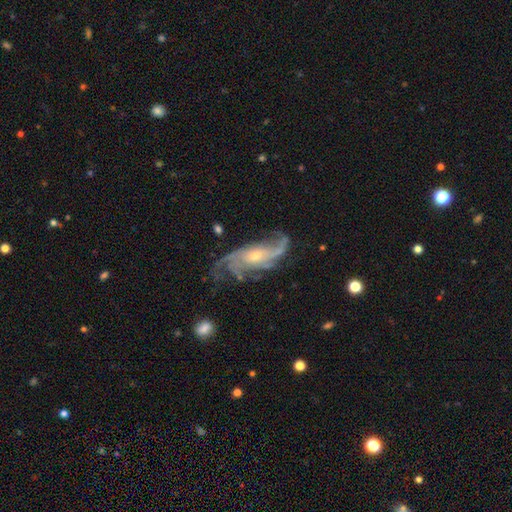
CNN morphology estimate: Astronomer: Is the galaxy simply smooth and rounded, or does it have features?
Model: featured or disk — 88%.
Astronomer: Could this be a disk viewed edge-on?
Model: no — 94%.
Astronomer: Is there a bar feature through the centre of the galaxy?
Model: no — 64%.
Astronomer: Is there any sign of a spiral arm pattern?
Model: yes — 96%.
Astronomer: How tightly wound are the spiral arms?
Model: medium — 42% (runner-up: loose, 36%).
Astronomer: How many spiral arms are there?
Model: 3 — 26% (runner-up: 2, 24%).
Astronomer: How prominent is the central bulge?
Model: small — 54% (runner-up: moderate, 41%).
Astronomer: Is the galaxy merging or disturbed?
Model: none — 61%.